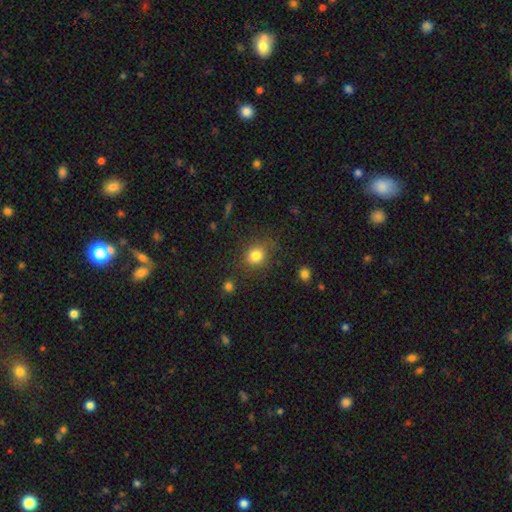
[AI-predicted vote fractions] Smooth or featured? Predicted: smooth (p=0.81). How rounded? Predicted: round (p=0.71). Merging? Predicted: none (p=0.76).